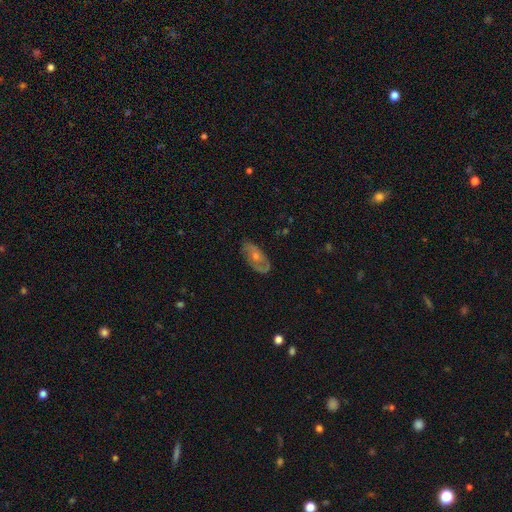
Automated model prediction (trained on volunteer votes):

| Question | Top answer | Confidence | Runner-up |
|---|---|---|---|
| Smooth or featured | featured or disk | 67% | smooth (25%) |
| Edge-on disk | no | 90% | yes (10%) |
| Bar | no | 74% | weak (22%) |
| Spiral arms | yes | 68% | no (32%) |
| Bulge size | moderate | 52% | small (43%) |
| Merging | none | 78% | minor disturbance (16%) |